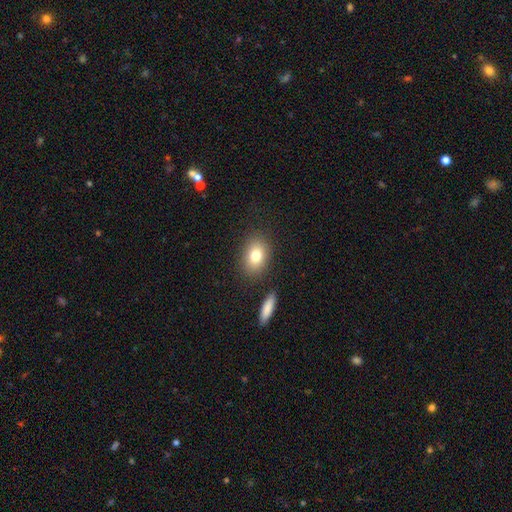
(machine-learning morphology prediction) A smooth galaxy with no disk features (79%) that is in between round and cigar-shaped (73%).

Vote fractions:
- Smooth or featured? smooth: 79% / featured or disk: 12% / star or artifact: 9%
- How rounded? in between: 73% / round: 26% / cigar-shaped: 2%
- Merging? none: 82% / minor disturbance: 10% / merger: 4% / major disturbance: 4%